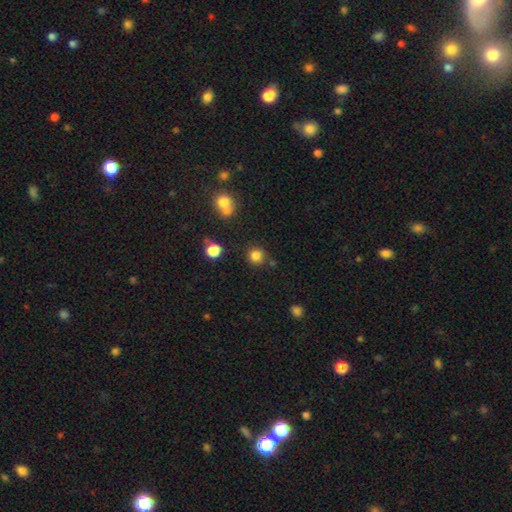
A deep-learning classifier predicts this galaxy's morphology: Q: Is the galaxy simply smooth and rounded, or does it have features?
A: smooth — 82%.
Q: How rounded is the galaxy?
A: round — 92%.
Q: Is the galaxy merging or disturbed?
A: none — 82%.